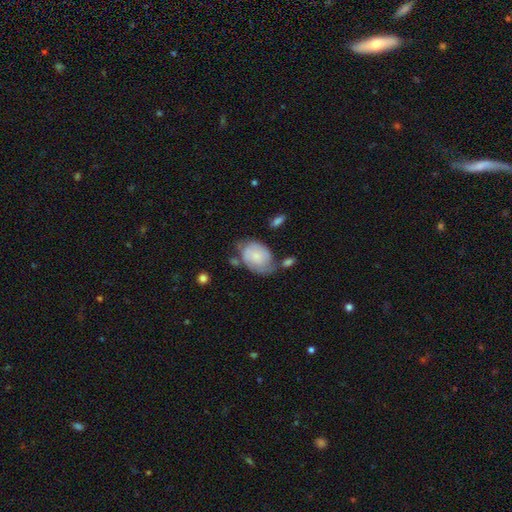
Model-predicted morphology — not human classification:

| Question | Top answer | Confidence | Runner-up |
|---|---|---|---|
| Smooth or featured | smooth | 58% | featured or disk (36%) |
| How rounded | in between | 74% | round (24%) |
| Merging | none | 39% | minor disturbance (31%) |